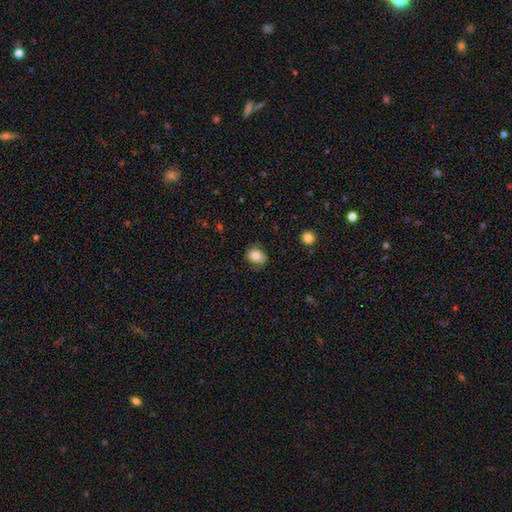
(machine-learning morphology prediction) The model was most divided on "how rounded": in between: 52%, round: 47%, cigar-shaped: 1%. More confident: smooth or featured — smooth (82%); merging — none (71%).